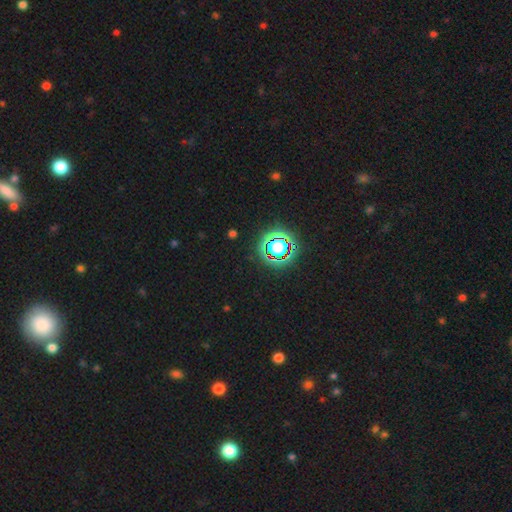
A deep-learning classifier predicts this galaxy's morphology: Smooth or featured? star or artifact (79%)